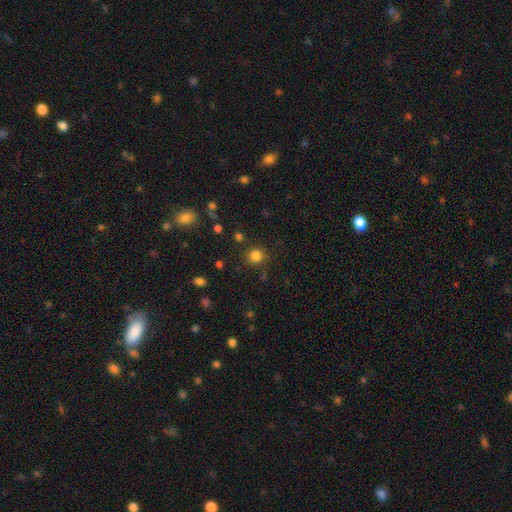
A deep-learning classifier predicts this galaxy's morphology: Smooth or featured? smooth (81%)
How rounded? round (90%)
Merging? none (85%)